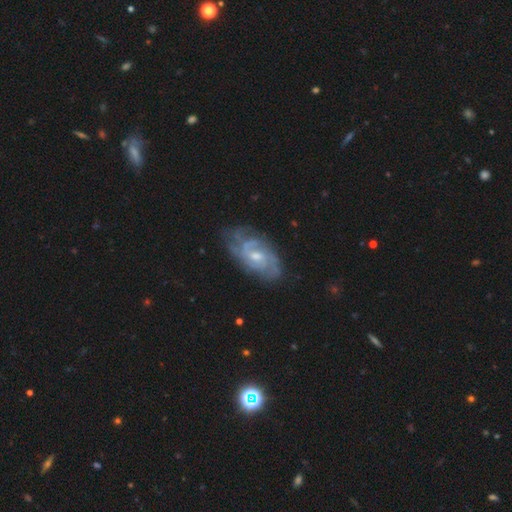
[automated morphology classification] smooth_or_featured: featured or disk (p=0.83) [alt: smooth p=0.11]
disk_edge_on: no (p=0.95) [alt: yes p=0.05]
bar: no (p=0.48) [alt: weak p=0.44]
has_spiral_arms: yes (p=0.94) [alt: no p=0.06]
spiral_winding: tight (p=0.53) [alt: medium p=0.37]
spiral_arm_count: can't tell (p=0.34) [alt: 2 p=0.32]
bulge_size: moderate (p=0.52) [alt: small p=0.42]
merging: none (p=0.70) [alt: minor disturbance p=0.21]